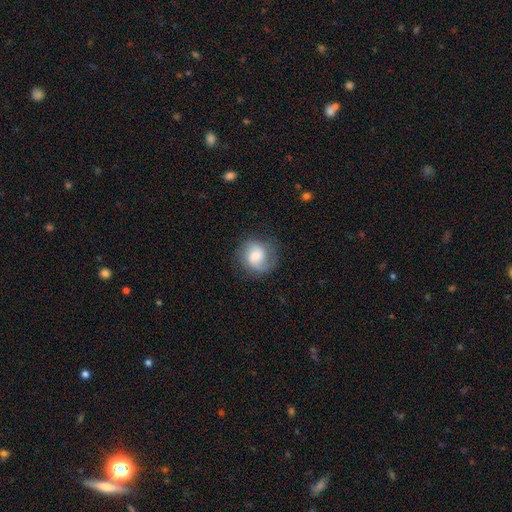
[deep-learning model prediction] A featured or disk galaxy (53%) with no bar (49%), spiral arms (90%) and a moderate central bulge (43%).

Vote fractions:
- Smooth or featured? featured or disk: 53% / smooth: 39% / star or artifact: 8%
- Edge-on disk? no: 98% / yes: 2%
- Bar? no: 49% / weak: 43% / strong: 9%
- Spiral arms? yes: 90% / no: 10%
- Bulge size? moderate: 43% / small: 25% / large: 21% / none: 7% / dominant: 3%
- Merging? none: 71% / minor disturbance: 18% / major disturbance: 10% / merger: 1%